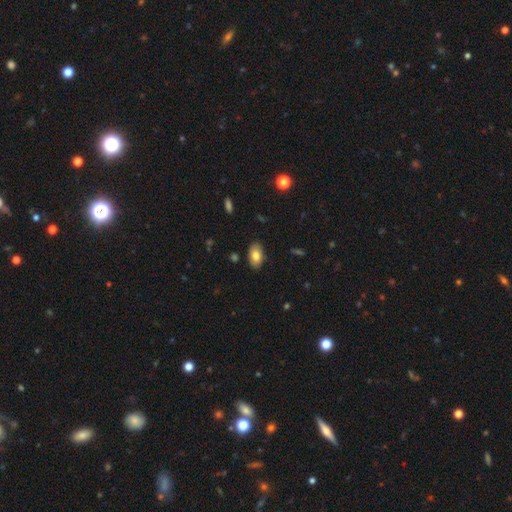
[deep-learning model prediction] Smooth or featured?
  - smooth: 80% *
  - featured or disk: 13%
  - star or artifact: 7%
How rounded?
  - in between: 93% *
  - round: 5%
  - cigar-shaped: 2%
Merging?
  - none: 87% *
  - minor disturbance: 10%
  - major disturbance: 2%
  - merger: 1%